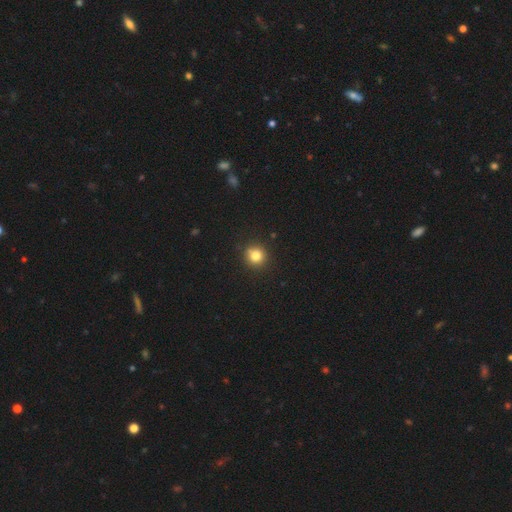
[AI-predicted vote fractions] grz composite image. It shows a smooth galaxy with no disk features (82%) that is round (91%). Merging: none (89%).